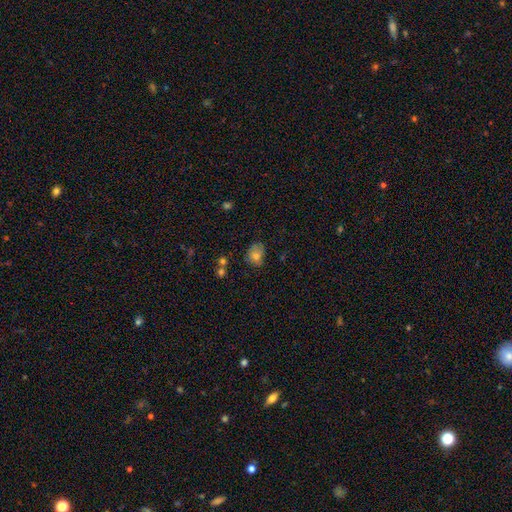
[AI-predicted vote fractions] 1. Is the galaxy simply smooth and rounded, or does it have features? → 73% smooth, 16% featured or disk, 11% star or artifact.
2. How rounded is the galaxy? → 55% in between, 44% round, 1% cigar-shaped.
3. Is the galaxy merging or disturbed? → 56% none, 29% minor disturbance, 10% major disturbance, 5% merger.